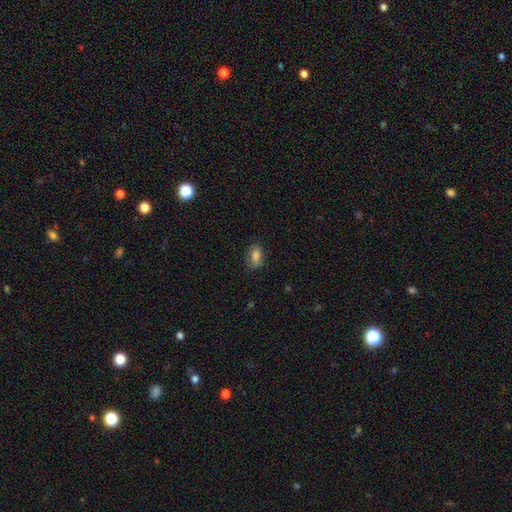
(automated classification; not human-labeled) smooth 82%, featured or disk 10%, star or artifact 9%. Down the decision tree: how rounded — in between (85%); merging — none (76%).